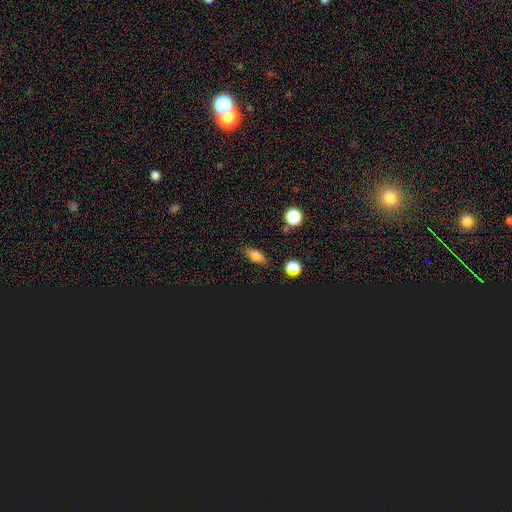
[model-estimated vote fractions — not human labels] Q: Smooth or featured?
A: smooth (74%); runner-up: star or artifact (16%)
Q: How rounded?
A: in between (80%); runner-up: cigar-shaped (12%)
Q: Merging?
A: none (84%); runner-up: minor disturbance (11%)